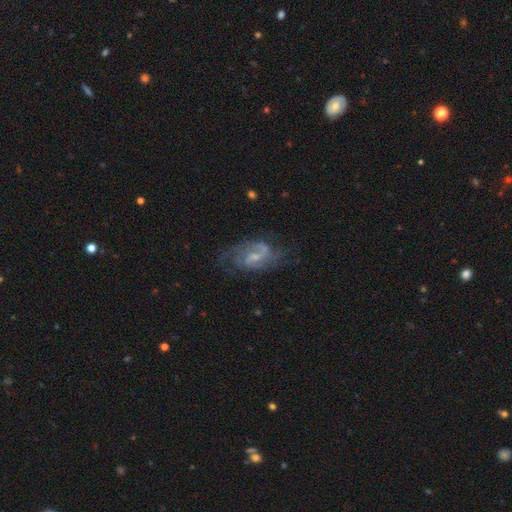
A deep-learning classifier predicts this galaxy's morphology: smooth_or_featured: featured or disk (p=0.83) [alt: smooth p=0.10]
disk_edge_on: no (p=0.96) [alt: yes p=0.04]
bar: weak (p=0.57) [alt: no p=0.25]
has_spiral_arms: yes (p=0.93) [alt: no p=0.07]
spiral_winding: medium (p=0.49) [alt: loose p=0.27]
spiral_arm_count: 2 (p=0.72) [alt: can't tell p=0.14]
bulge_size: small (p=0.56) [alt: moderate p=0.32]
merging: none (p=0.65) [alt: minor disturbance p=0.20]